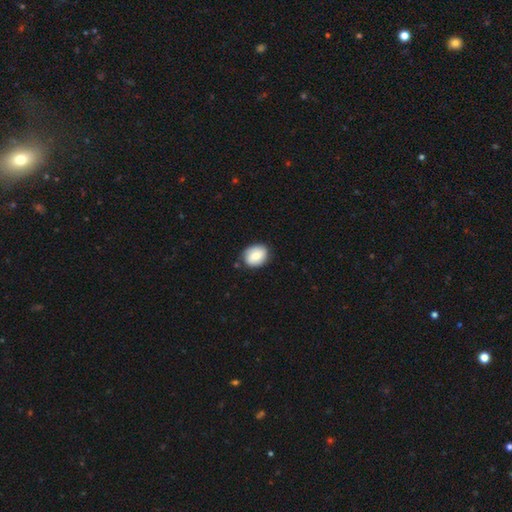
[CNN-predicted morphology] smooth-or-featured: smooth: 70% | featured or disk: 23% | star or artifact: 7%
  how-rounded: in between: 56% | round: 43% | cigar-shaped: 1%
  merging: none: 78% | minor disturbance: 17% | major disturbance: 3% | merger: 2%